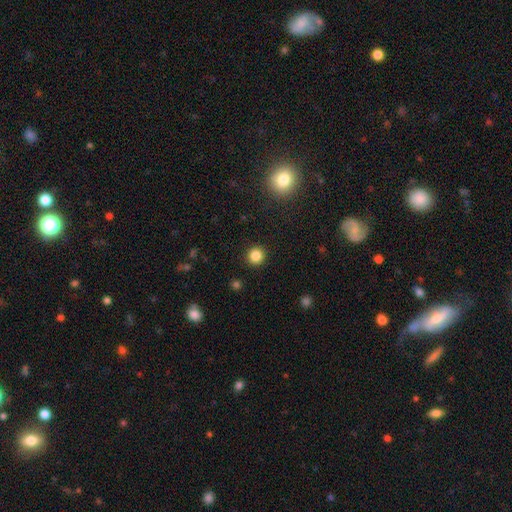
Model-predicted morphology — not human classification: Q: Smooth or featured?
A: smooth (85%); runner-up: star or artifact (11%)
Q: How rounded?
A: round (94%); runner-up: in between (5%)
Q: Merging?
A: none (92%); runner-up: minor disturbance (5%)